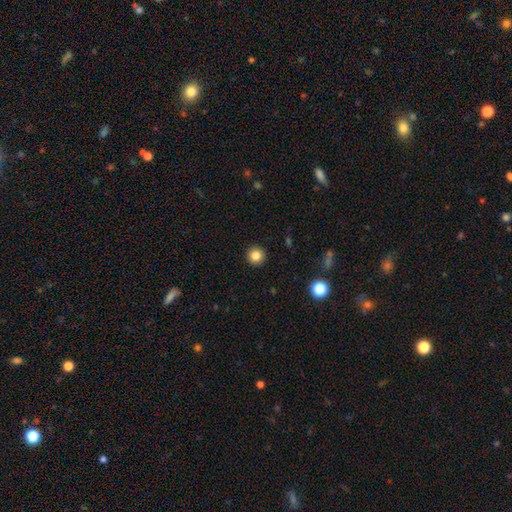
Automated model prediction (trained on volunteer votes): smooth_or_featured: smooth (p=0.83) [alt: star or artifact p=0.11]
how_rounded: round (p=0.96) [alt: in between p=0.03]
merging: none (p=0.93) [alt: minor disturbance p=0.04]